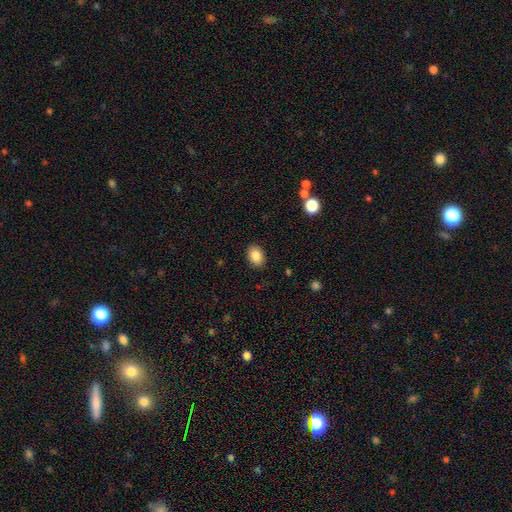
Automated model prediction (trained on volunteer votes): smooth-or-featured: smooth: 87% | star or artifact: 8% | featured or disk: 5%
  how-rounded: in between: 73% | round: 27% | cigar-shaped: 1%
  merging: none: 88% | minor disturbance: 9% | major disturbance: 2% | merger: 1%